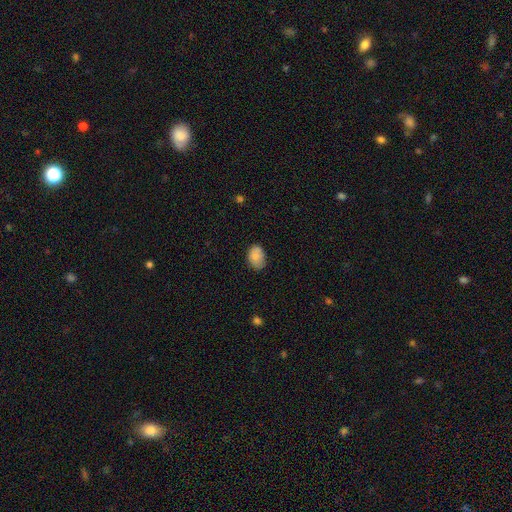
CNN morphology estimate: Smooth or featured? Predicted: smooth (p=0.82). How rounded? Predicted: in between (p=0.80). Merging? Predicted: none (p=0.75).